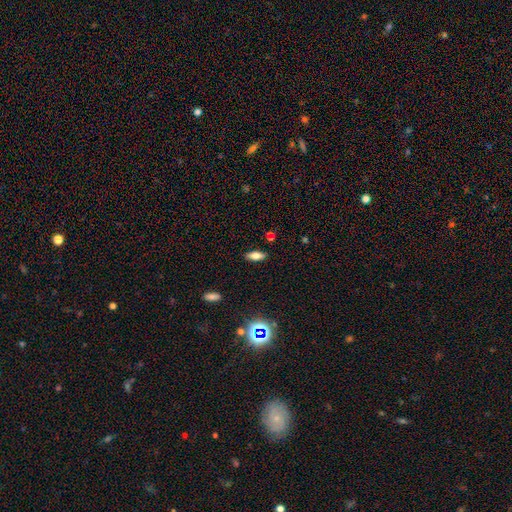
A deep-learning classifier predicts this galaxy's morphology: smooth 71%, featured or disk 18%, star or artifact 10%. Down the decision tree: how rounded — in between (77%); merging — none (86%).